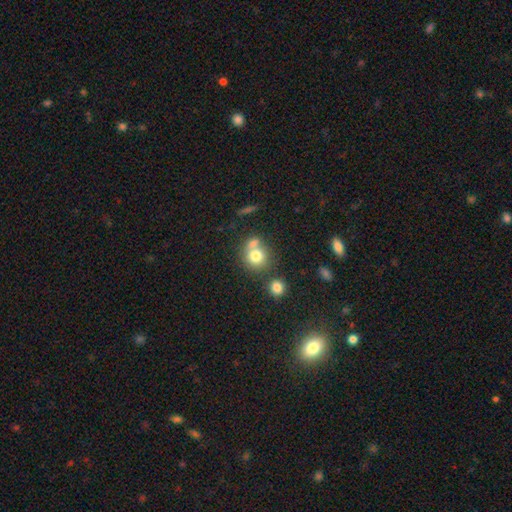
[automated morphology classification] Smooth or featured?
  - smooth: 76% *
  - featured or disk: 13%
  - star or artifact: 11%
How rounded?
  - round: 84% *
  - in between: 15%
  - cigar-shaped: 1%
Merging?
  - none: 48% *
  - merger: 37%
  - minor disturbance: 10%
  - major disturbance: 5%